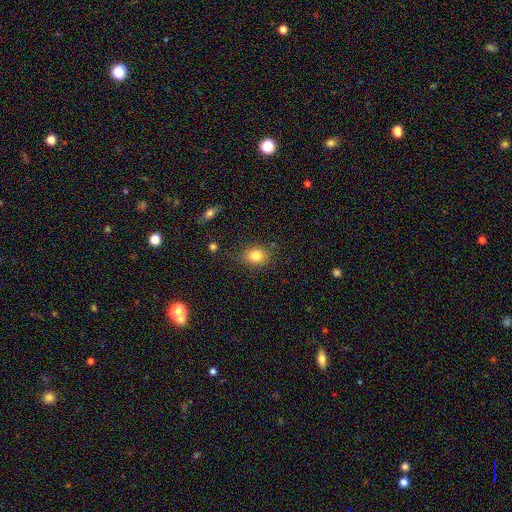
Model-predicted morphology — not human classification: A smooth galaxy with no disk features (81%) that is round (52%). Merging: none (80%).